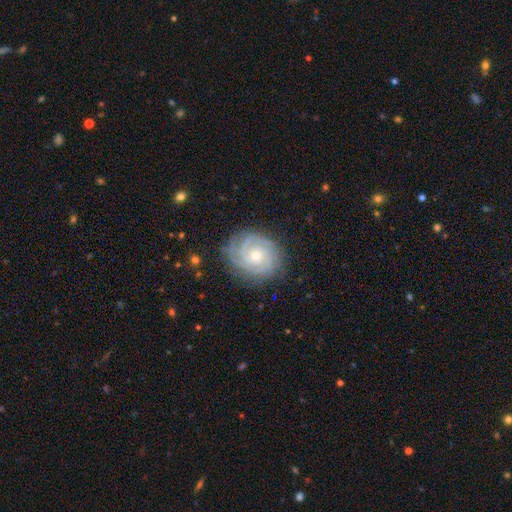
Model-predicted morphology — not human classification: type=featured or disk (85%); edge-on=no (98%); bar=no (77%); spiral arms=yes (98%); winding=tight (83%); arm count=3 (29%); bulge=small (55%); merging=none (82%).